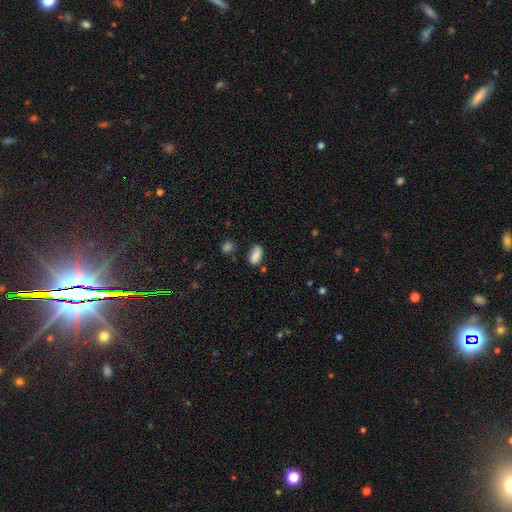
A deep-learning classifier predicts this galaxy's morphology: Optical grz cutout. It shows a smooth galaxy with no disk features (76%) that is in between round and cigar-shaped (87%). Merging: none (51%).